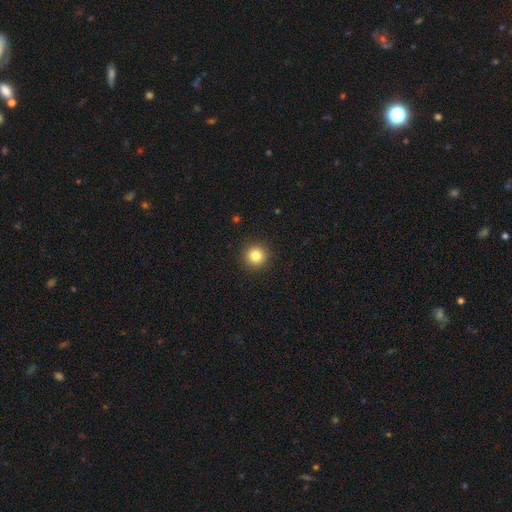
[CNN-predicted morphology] The model was most divided on "smooth or featured": smooth: 83%, star or artifact: 11%, featured or disk: 6%. More confident: how rounded — round (96%); merging — none (93%).